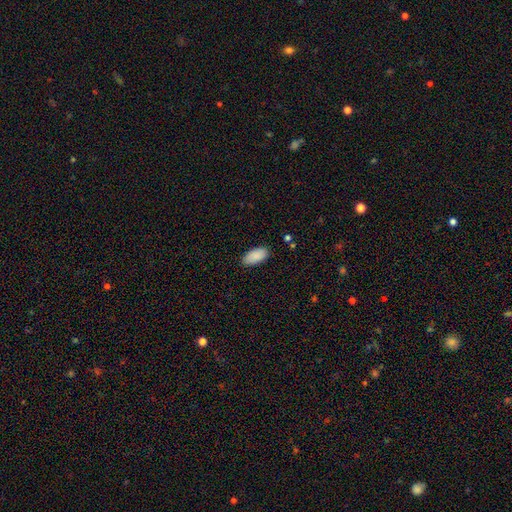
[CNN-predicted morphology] Smooth or featured?
  - smooth: 90% *
  - star or artifact: 6%
  - featured or disk: 4%
How rounded?
  - in between: 94% *
  - cigar-shaped: 4%
  - round: 2%
Merging?
  - none: 87% *
  - minor disturbance: 10%
  - major disturbance: 2%
  - merger: 1%